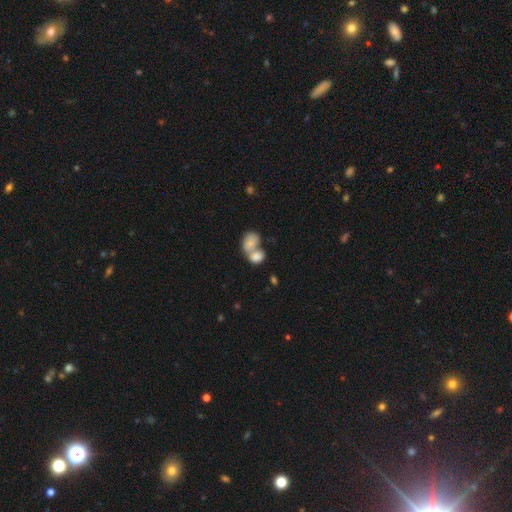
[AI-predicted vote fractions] smooth-or-featured: smooth: 79% | featured or disk: 13% | star or artifact: 8%
  how-rounded: in between: 74% | round: 24% | cigar-shaped: 2%
  merging: merger: 69% | none: 20% | minor disturbance: 7% | major disturbance: 4%